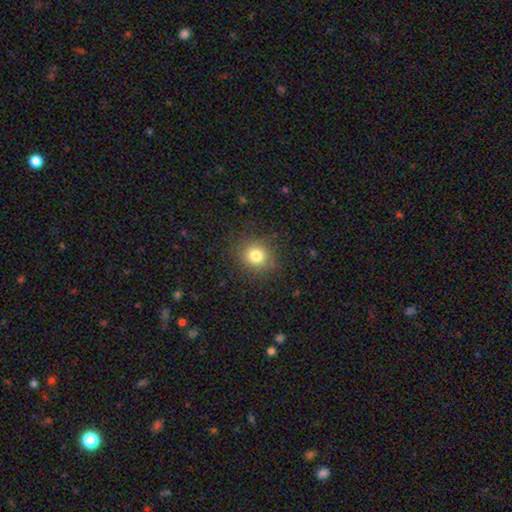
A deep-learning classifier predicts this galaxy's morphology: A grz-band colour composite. It shows a smooth galaxy with no disk features (79%) that is round (86%). Merging: none (86%).